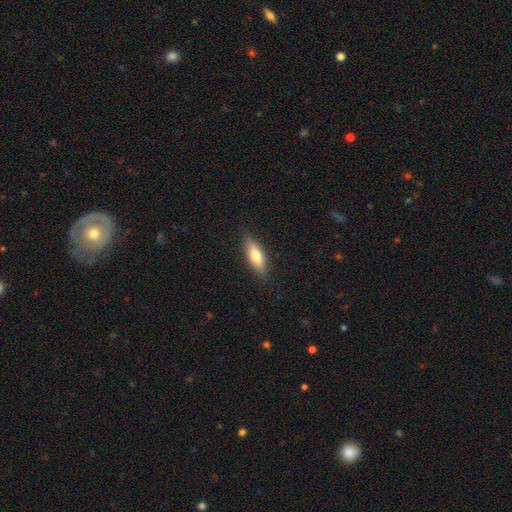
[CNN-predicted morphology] This is likely a smooth galaxy (67%). How rounded: possibly in between (53%). Merging: clearly none (84%).